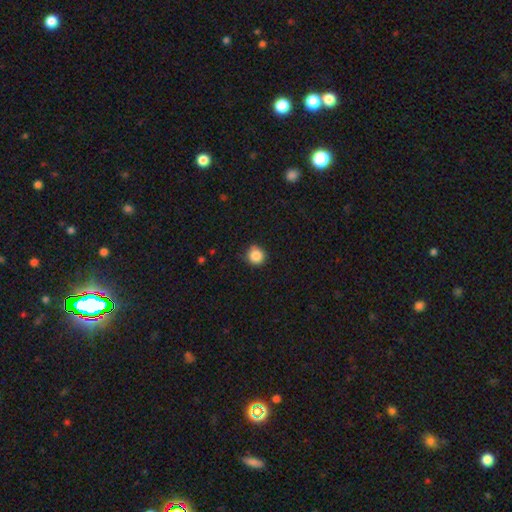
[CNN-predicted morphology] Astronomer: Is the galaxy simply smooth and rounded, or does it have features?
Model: smooth — 86%.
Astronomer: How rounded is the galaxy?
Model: round — 91%.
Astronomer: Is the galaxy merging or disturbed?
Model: none — 82%.